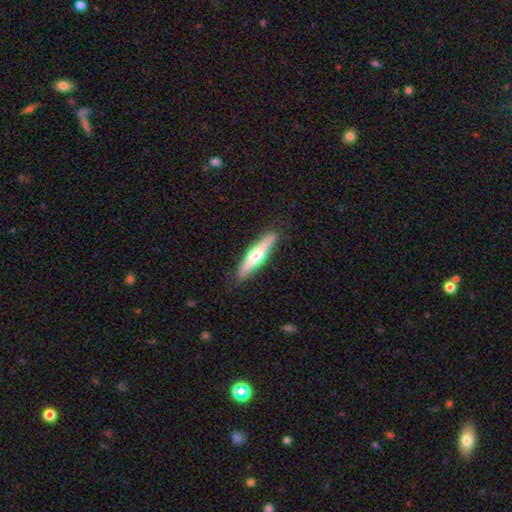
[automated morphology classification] smooth_or_featured: featured or disk (p=0.53) [alt: smooth p=0.42]
disk_edge_on: yes (p=0.92) [alt: no p=0.08]
merging: none (p=0.87) [alt: minor disturbance p=0.10]